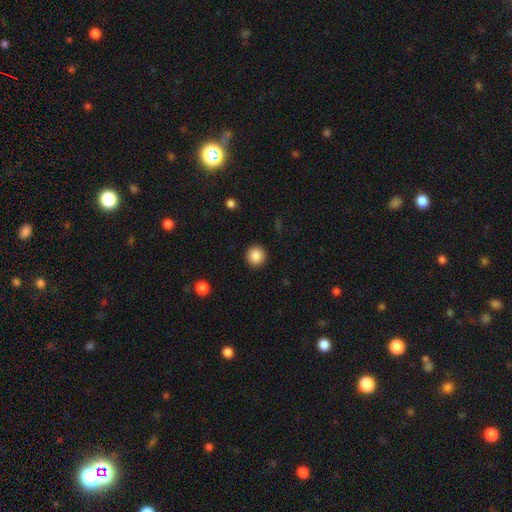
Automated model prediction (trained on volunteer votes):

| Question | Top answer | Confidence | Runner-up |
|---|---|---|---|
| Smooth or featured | smooth | 87% | star or artifact (9%) |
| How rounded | round | 94% | in between (5%) |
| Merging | none | 92% | minor disturbance (5%) |